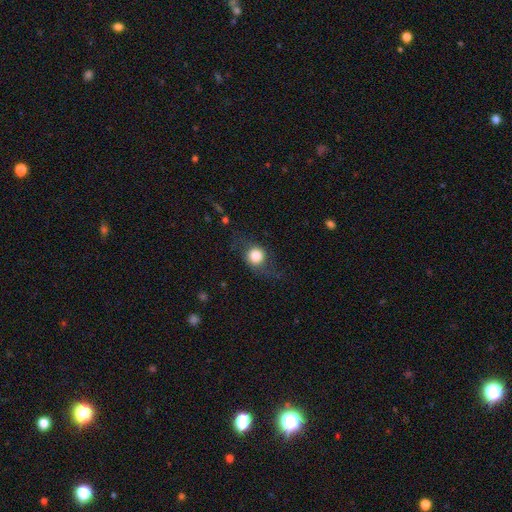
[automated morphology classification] Smooth or featured? Predicted: smooth (p=0.74). How rounded? Predicted: round (p=0.81). Merging? Predicted: none (p=0.63).